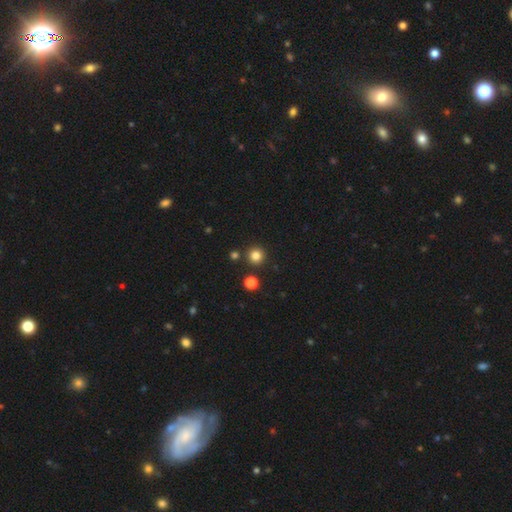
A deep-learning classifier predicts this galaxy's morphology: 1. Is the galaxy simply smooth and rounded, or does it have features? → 81% smooth, 14% star or artifact, 5% featured or disk.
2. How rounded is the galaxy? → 95% round, 4% in between, 1% cigar-shaped.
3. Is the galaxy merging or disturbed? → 89% none, 5% minor disturbance, 4% merger, 2% major disturbance.